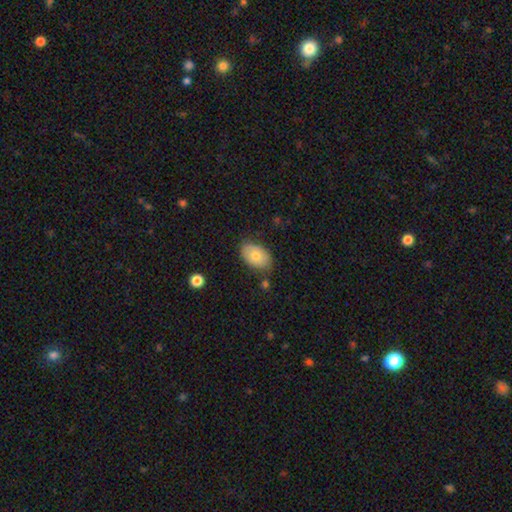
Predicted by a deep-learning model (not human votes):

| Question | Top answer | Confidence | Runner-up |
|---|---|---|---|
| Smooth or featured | smooth | 75% | featured or disk (18%) |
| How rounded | in between | 89% | round (10%) |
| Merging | none | 78% | minor disturbance (16%) |